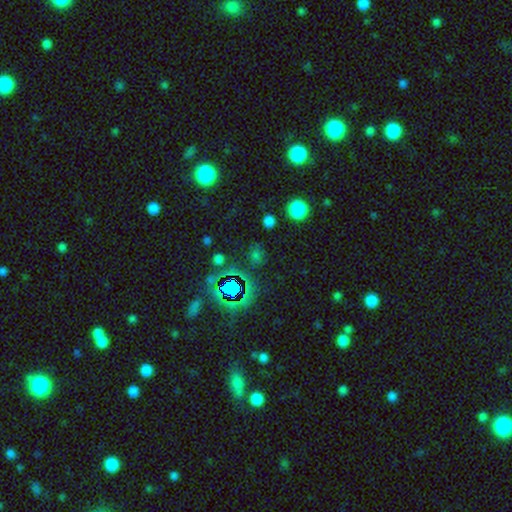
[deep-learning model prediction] Smooth or featured? star or artifact (49%)